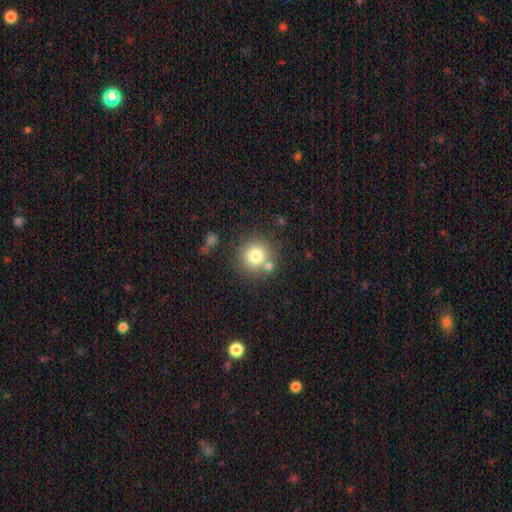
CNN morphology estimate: smooth_or_featured: smooth (p=0.78) [alt: star or artifact p=0.12]
how_rounded: round (p=0.91) [alt: in between p=0.08]
merging: none (p=0.73) [alt: merger p=0.14]